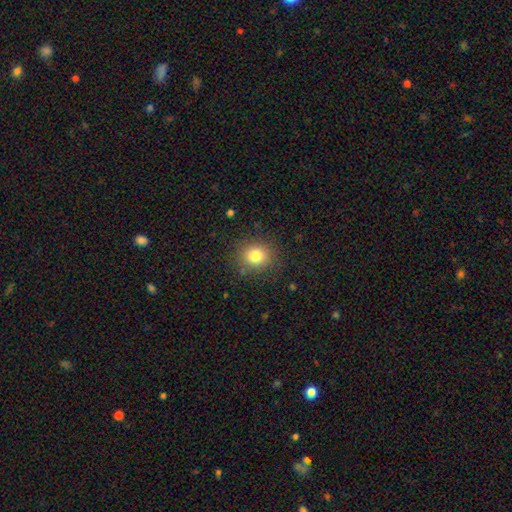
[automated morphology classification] A smooth galaxy with no disk features (80%) that is round (85%). Merging: none (86%).